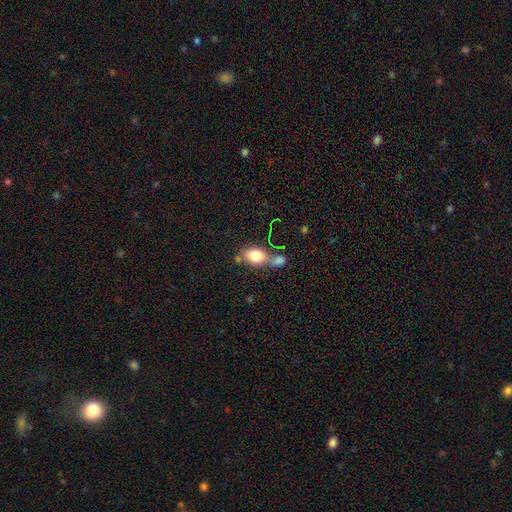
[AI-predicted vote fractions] smooth 79%, featured or disk 12%, star or artifact 9%. Down the decision tree: how rounded — in between (74%); merging — merger (43%).